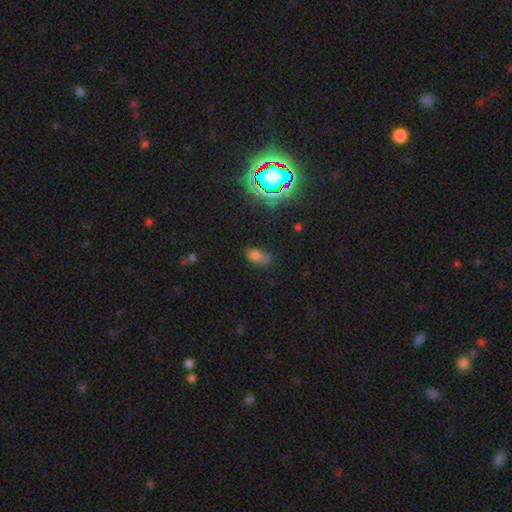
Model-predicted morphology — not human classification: Smooth or featured?
  - smooth: 68% *
  - star or artifact: 22%
  - featured or disk: 10%
How rounded?
  - in between: 82% *
  - round: 13%
  - cigar-shaped: 4%
Merging?
  - none: 50% *
  - minor disturbance: 28%
  - major disturbance: 14%
  - merger: 8%